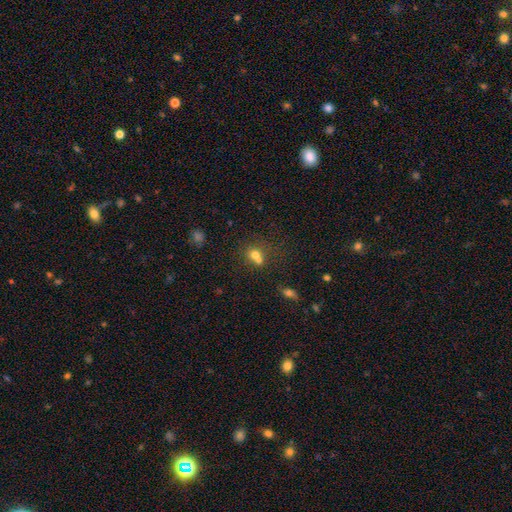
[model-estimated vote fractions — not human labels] Smooth or featured: smooth — 69% (star or artifact — 16%)
How rounded: round — 68% (in between — 31%)
Merging: merger — 53% (none — 34%)